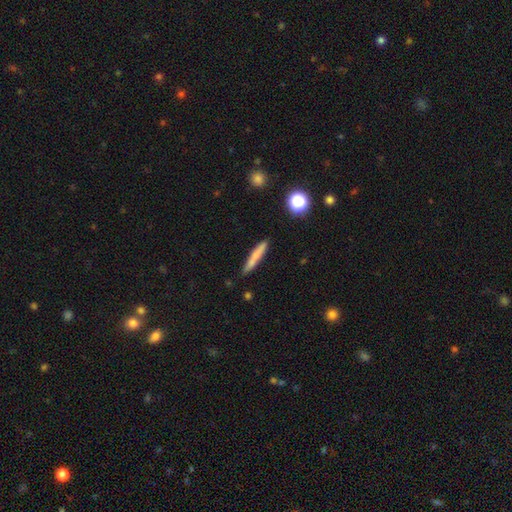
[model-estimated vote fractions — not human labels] The model was most divided on "smooth or featured": smooth: 68%, featured or disk: 24%, star or artifact: 8%. More confident: how rounded — cigar-shaped (92%); merging — none (84%).